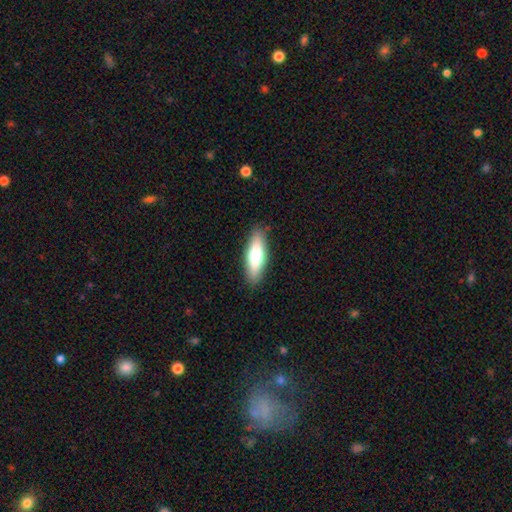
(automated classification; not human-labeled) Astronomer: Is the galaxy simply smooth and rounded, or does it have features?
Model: smooth — 63%.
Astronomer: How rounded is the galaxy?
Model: cigar-shaped — 50% (runner-up: in between, 48%).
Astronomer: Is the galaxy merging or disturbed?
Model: none — 88%.